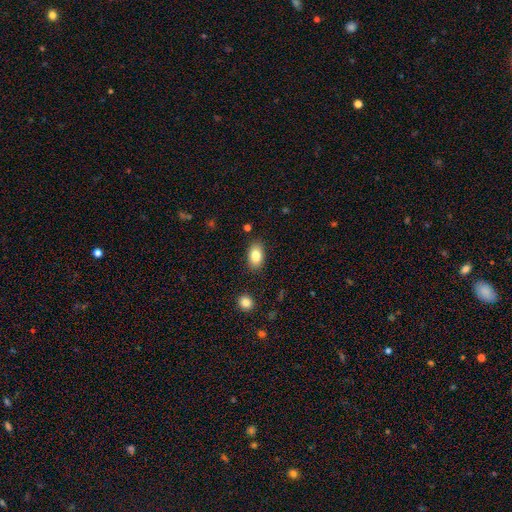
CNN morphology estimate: Smooth or featured: smooth — 82% (featured or disk — 10%)
How rounded: in between — 90% (round — 9%)
Merging: none — 86% (minor disturbance — 10%)